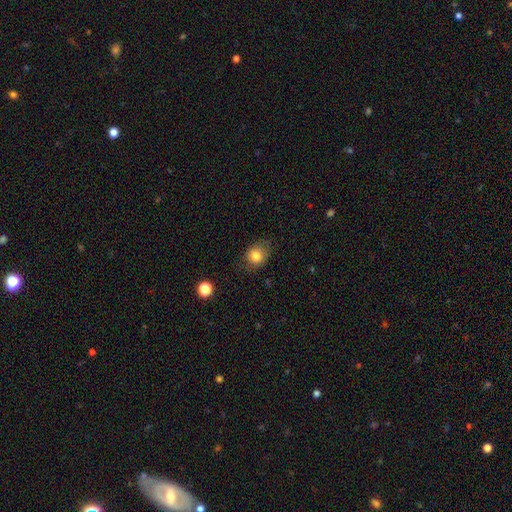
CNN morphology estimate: smooth 80%, star or artifact 10%, featured or disk 10%. Down the decision tree: how rounded — round (64%); merging — none (70%).